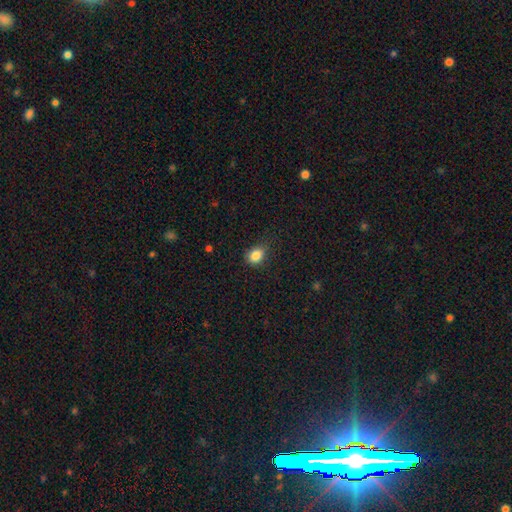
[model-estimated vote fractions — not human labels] A smooth galaxy with no disk features (84%) that is in between round and cigar-shaped (54%). Merging: none (71%).